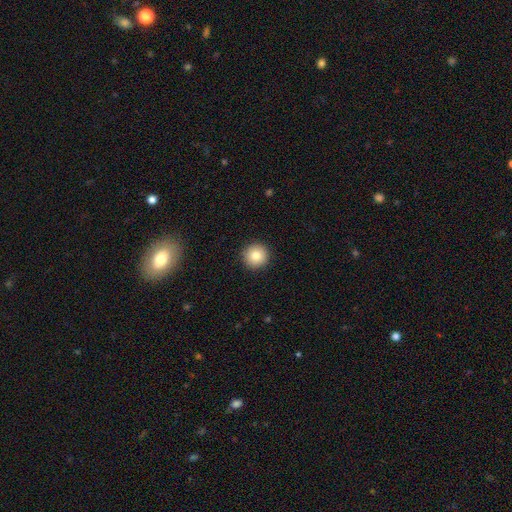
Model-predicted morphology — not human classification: This is clearly a smooth galaxy (82%). How rounded: clearly round (96%). Merging: clearly none (92%).